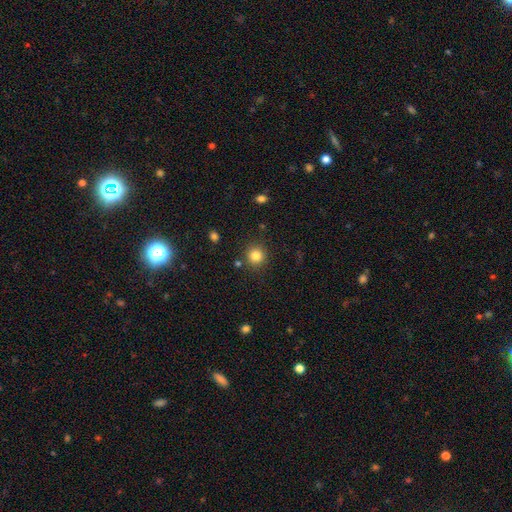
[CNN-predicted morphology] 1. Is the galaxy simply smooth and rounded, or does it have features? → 83% smooth, 12% star or artifact, 5% featured or disk.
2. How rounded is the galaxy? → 93% round, 6% in between, 1% cigar-shaped.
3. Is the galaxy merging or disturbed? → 87% none, 7% minor disturbance, 4% merger, 3% major disturbance.